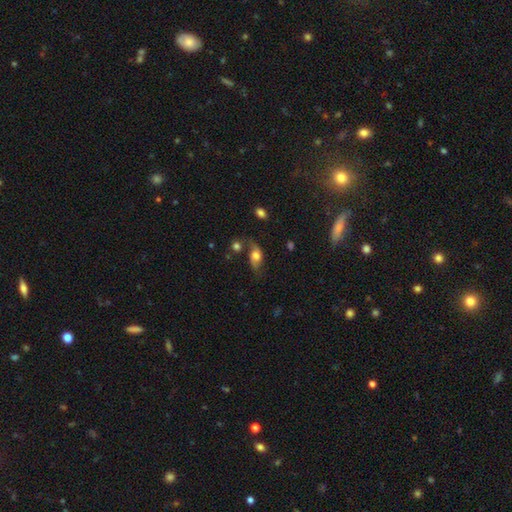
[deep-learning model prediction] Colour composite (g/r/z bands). It shows a smooth galaxy with no disk features (50%) that is in between round and cigar-shaped (76%). Merging: none (47%).